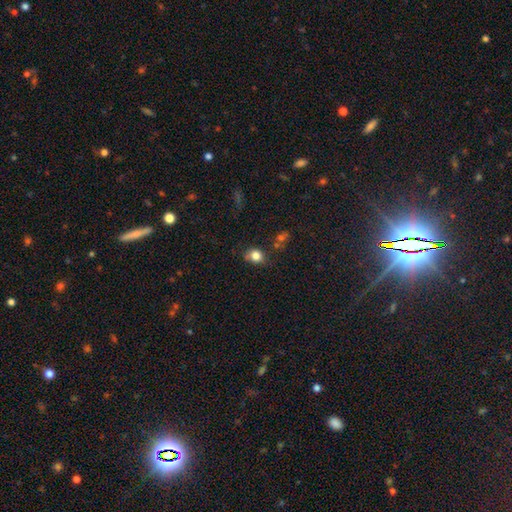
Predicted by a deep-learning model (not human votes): Overall: smooth (82%). How rounded: round (60%; in between 39%). Merging: none (68%).